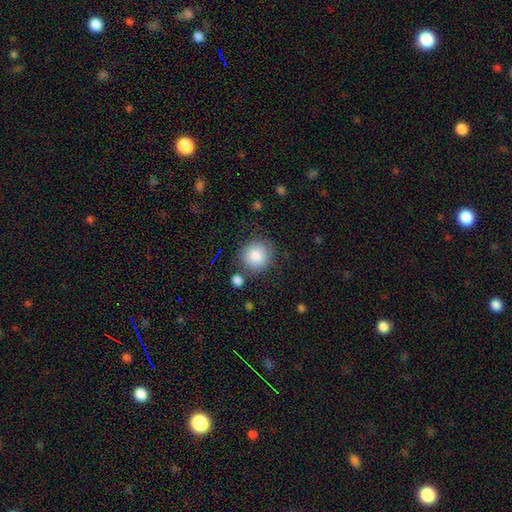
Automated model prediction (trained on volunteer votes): Morphology: type=smooth (85%); roundness=round (92%); merging=none (77%).